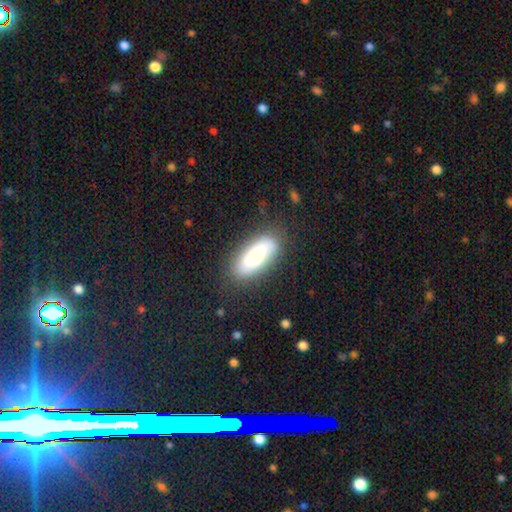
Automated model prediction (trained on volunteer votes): smooth 74%, featured or disk 19%, star or artifact 7%. Down the decision tree: how rounded — in between (75%); merging — none (78%).